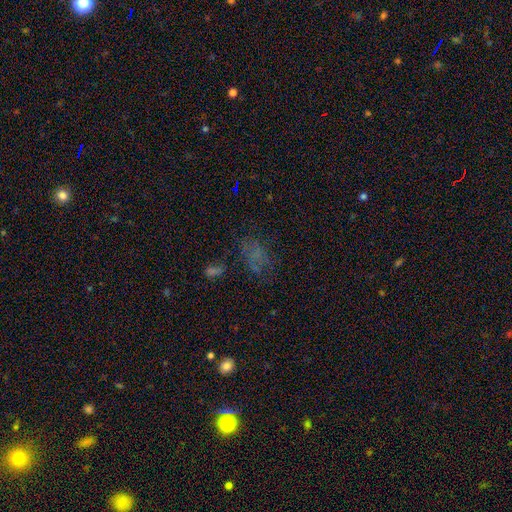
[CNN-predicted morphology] Overall: smooth (48%; star or artifact 29%). Merging: none (53%; major disturbance 21%).